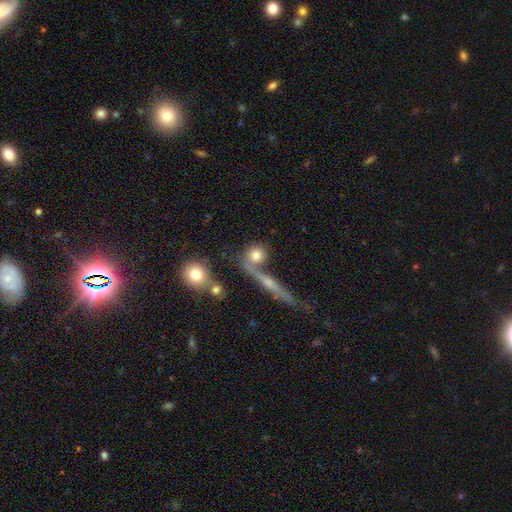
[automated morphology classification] This appears to be a smooth galaxy with no disk features (72%) that is round (79%). Merging: none (54%).